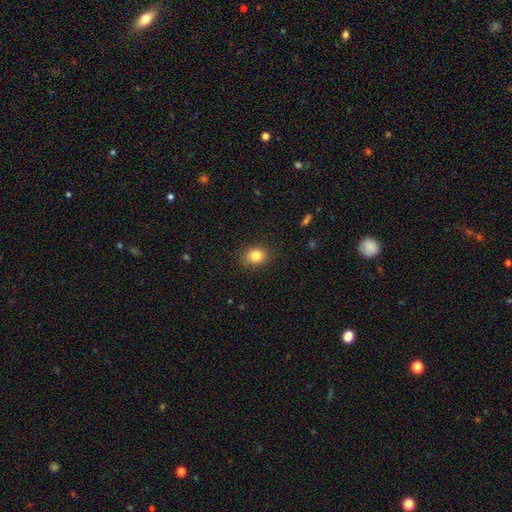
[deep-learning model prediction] This is clearly a smooth galaxy (83%). How rounded: likely round (61%). Merging: clearly none (88%).